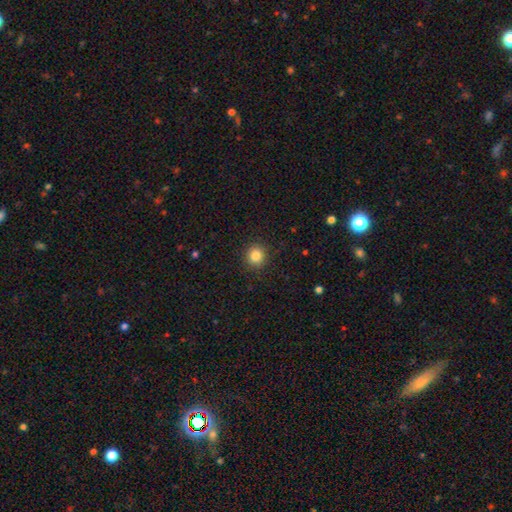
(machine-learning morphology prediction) Smooth or featured?
  - smooth: 84% *
  - star or artifact: 11%
  - featured or disk: 5%
How rounded?
  - round: 90% *
  - in between: 9%
  - cigar-shaped: 1%
Merging?
  - none: 91% *
  - minor disturbance: 6%
  - major disturbance: 2%
  - merger: 1%